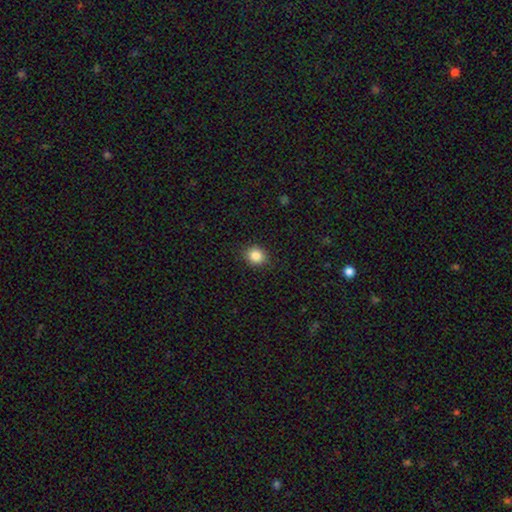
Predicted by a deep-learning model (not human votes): Smooth or featured: smooth — 85% (star or artifact — 10%)
How rounded: round — 73% (in between — 26%)
Merging: none — 89% (minor disturbance — 8%)